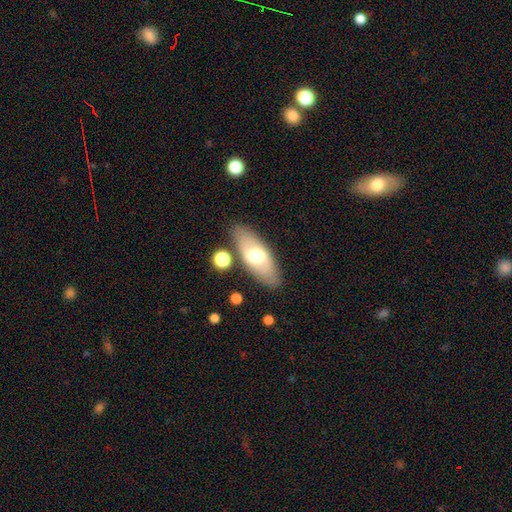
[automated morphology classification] Q: Smooth or featured?
A: smooth (55%); runner-up: featured or disk (39%)
Q: How rounded?
A: in between (80%); runner-up: cigar-shaped (17%)
Q: Merging?
A: none (83%); runner-up: minor disturbance (11%)